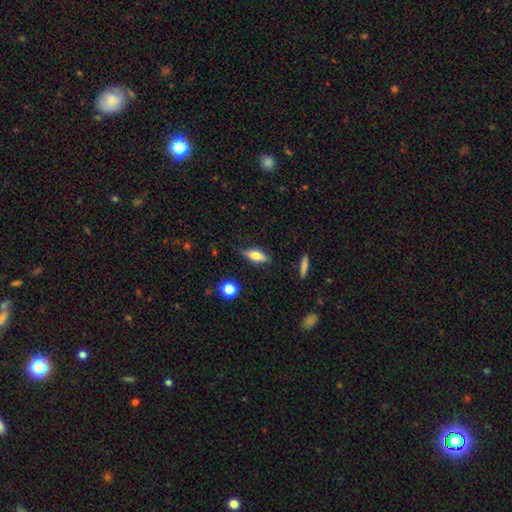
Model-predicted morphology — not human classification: Overall: smooth (55%; featured or disk 36%). How rounded: in between (58%; cigar-shaped 38%). Merging: none (80%).